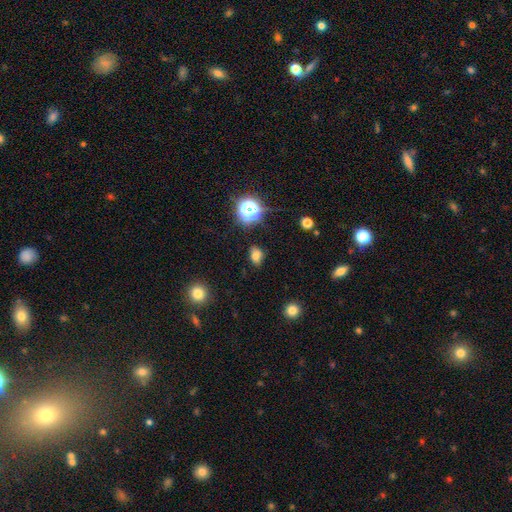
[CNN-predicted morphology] Q: Smooth or featured?
A: smooth (72%); runner-up: star or artifact (20%)
Q: How rounded?
A: in between (71%); runner-up: round (27%)
Q: Merging?
A: none (80%); runner-up: minor disturbance (14%)